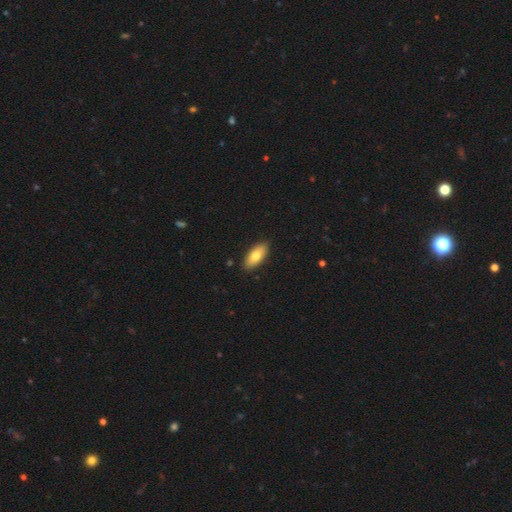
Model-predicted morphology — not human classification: Smooth or featured? smooth (77%)
How rounded? in between (85%)
Merging? none (89%)